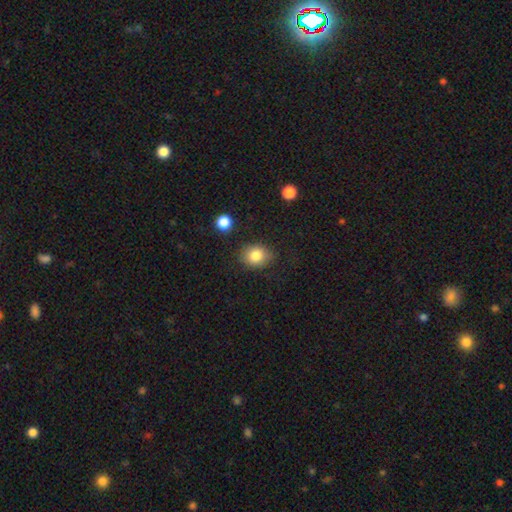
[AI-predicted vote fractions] smooth-or-featured: smooth: 82% | star or artifact: 10% | featured or disk: 8%
  how-rounded: round: 60% | in between: 39% | cigar-shaped: 1%
  merging: none: 82% | minor disturbance: 13% | major disturbance: 3% | merger: 2%